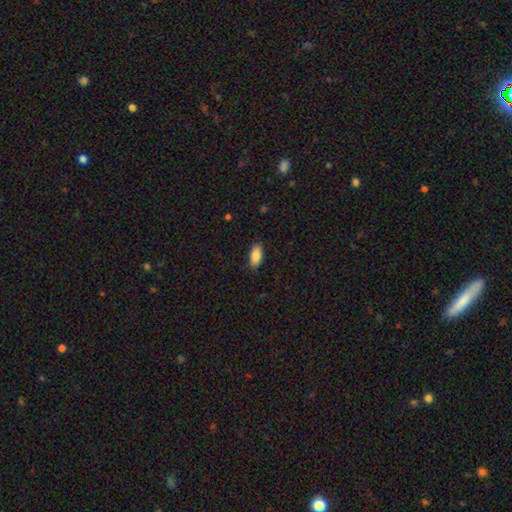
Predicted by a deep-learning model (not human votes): Smooth or featured? smooth (85%)
How rounded? in between (91%)
Merging? none (88%)